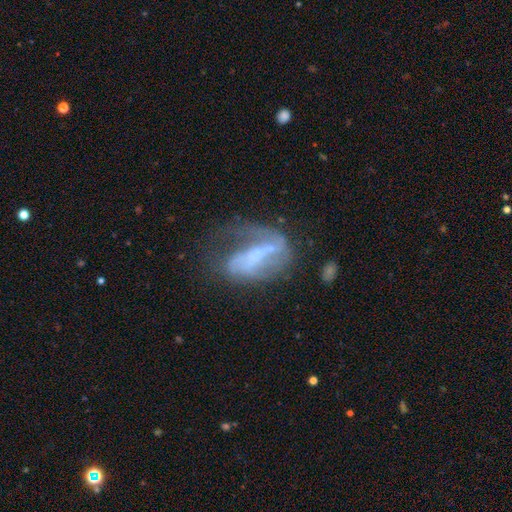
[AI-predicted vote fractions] Smooth or featured? featured or disk (64%)
Edge-on disk? no (94%)
Bar? no (38%)
Spiral arms? yes (55%)
Bulge size? none (44%)
Merging? major disturbance (42%)